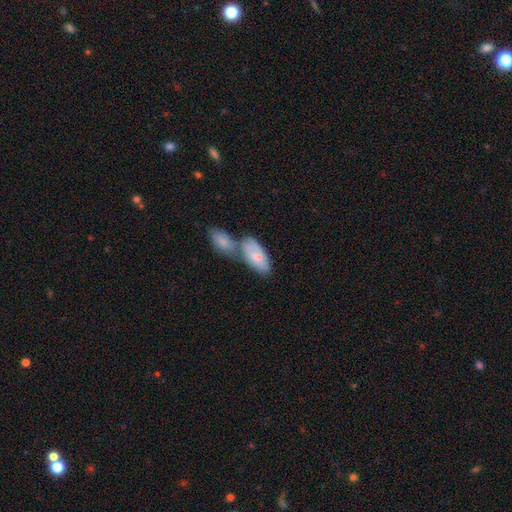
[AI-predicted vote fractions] Smooth or featured? smooth (68%)
How rounded? in between (90%)
Merging? merger (53%)